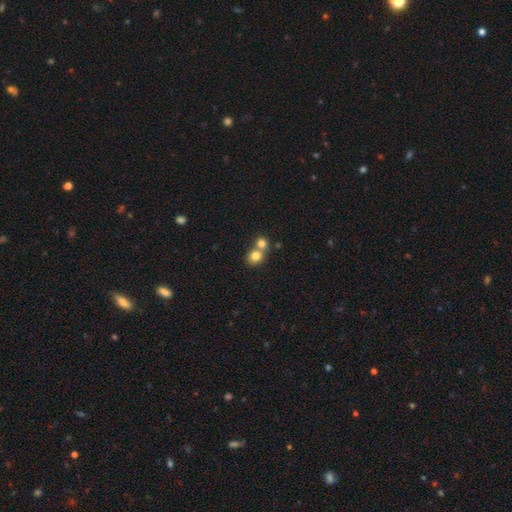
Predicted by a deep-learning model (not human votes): Smooth or featured: smooth — 79% (star or artifact — 11%)
How rounded: round — 79% (in between — 20%)
Merging: merger — 56% (none — 37%)